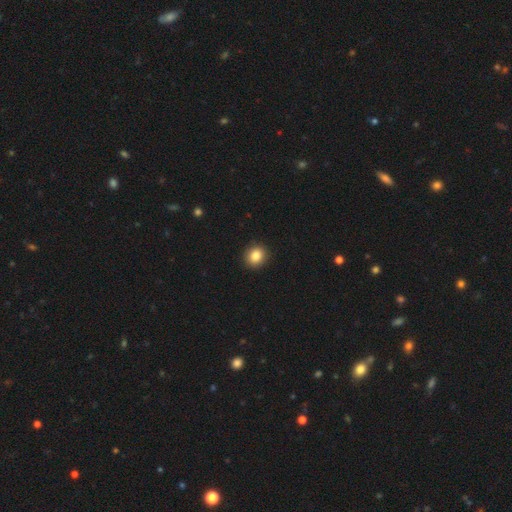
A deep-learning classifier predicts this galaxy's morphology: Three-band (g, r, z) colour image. It shows a smooth galaxy with no disk features (84%) that is round (78%). Merging: none (92%).